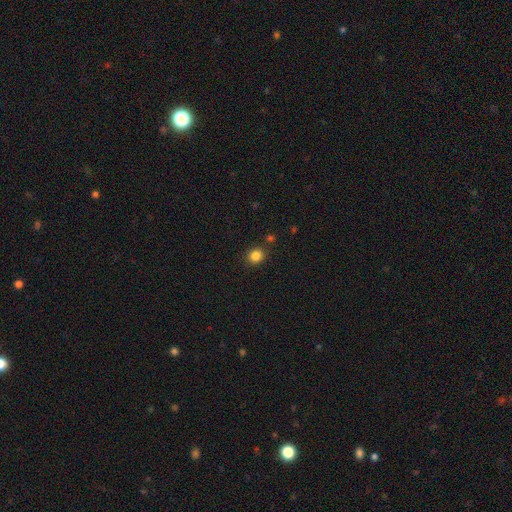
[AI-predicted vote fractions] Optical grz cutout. It shows a smooth galaxy with no disk features (84%) that is round (79%). Merging: none (85%).